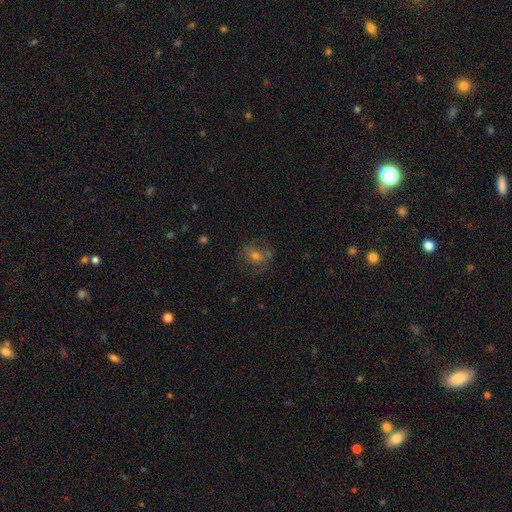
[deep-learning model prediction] featured or disk 43%, smooth 39%, star or artifact 18%. Down the decision tree: merging — none (64%).